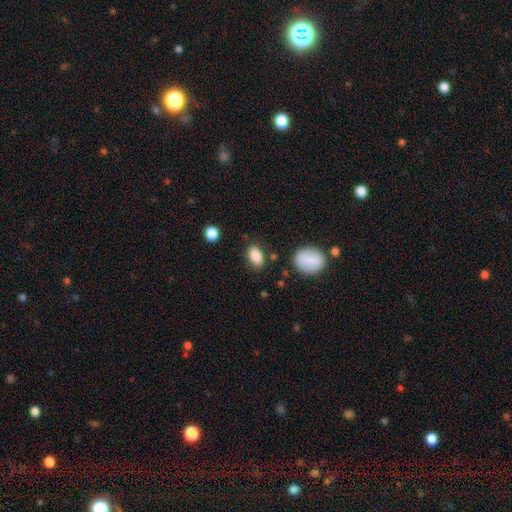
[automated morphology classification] smooth_or_featured: smooth (p=0.87) [alt: star or artifact p=0.08]
how_rounded: in between (p=0.89) [alt: round p=0.09]
merging: none (p=0.81) [alt: minor disturbance p=0.12]